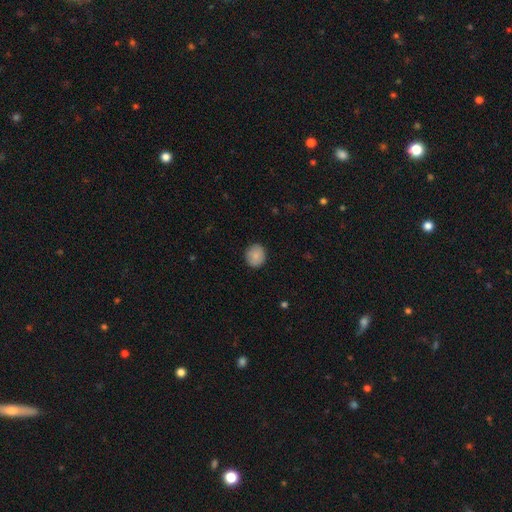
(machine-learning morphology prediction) This is clearly a smooth galaxy (84%). How rounded: likely round (80%). Merging: clearly none (87%).